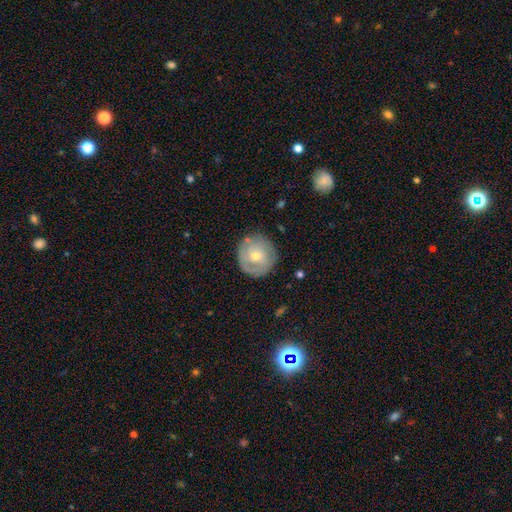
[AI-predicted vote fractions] This appears to be a featured or disk galaxy (51%). Merging: none (78%).